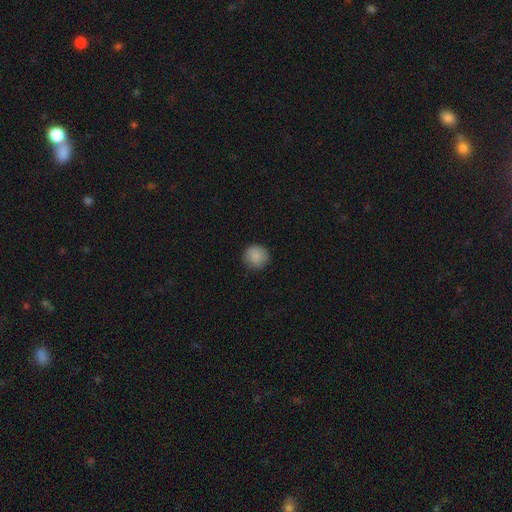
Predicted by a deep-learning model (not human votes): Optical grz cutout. It shows a smooth galaxy with no disk features (88%) that is round (92%). Merging: none (87%).